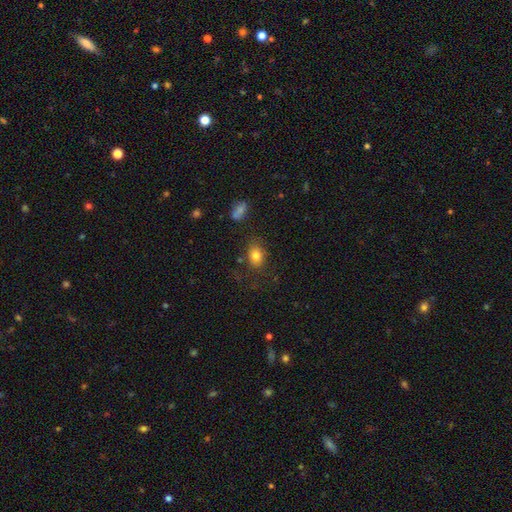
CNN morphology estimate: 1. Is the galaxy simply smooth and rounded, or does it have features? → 80% smooth, 11% star or artifact, 9% featured or disk.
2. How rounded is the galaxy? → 65% in between, 34% round, 1% cigar-shaped.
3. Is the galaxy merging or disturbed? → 74% none, 16% minor disturbance, 6% major disturbance, 4% merger.